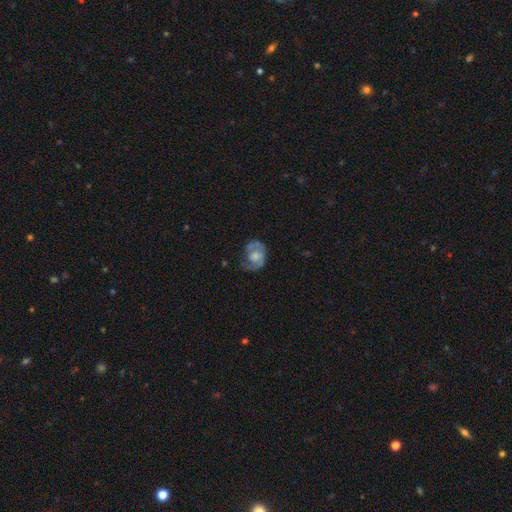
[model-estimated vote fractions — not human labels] Smooth or featured? Predicted: featured or disk (p=0.63). Edge-on disk? Predicted: no (p=0.97). Bar? Predicted: no (p=0.72). Spiral arms? Predicted: yes (p=0.72). Bulge size? Predicted: moderate (p=0.41). Merging? Predicted: none (p=0.48).